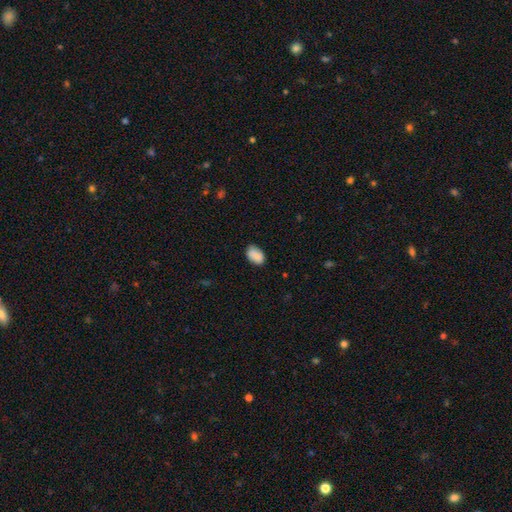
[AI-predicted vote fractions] Smooth or featured? smooth (88%)
How rounded? in between (90%)
Merging? none (81%)